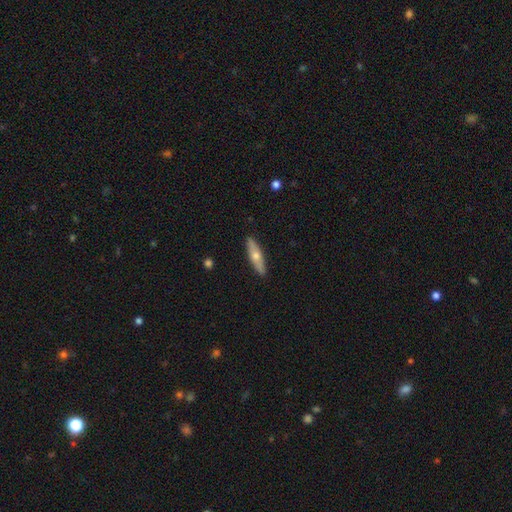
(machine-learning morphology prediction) Smooth or featured? Predicted: smooth (p=0.50). Merging? Predicted: none (p=0.91).